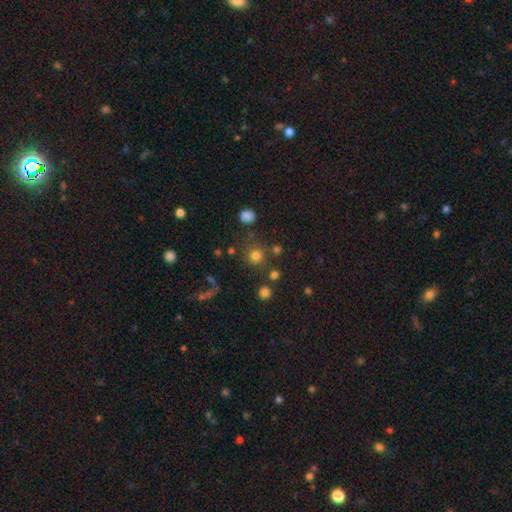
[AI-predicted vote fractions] Smooth or featured? Predicted: smooth (p=0.76). How rounded? Predicted: round (p=0.93). Merging? Predicted: none (p=0.80).